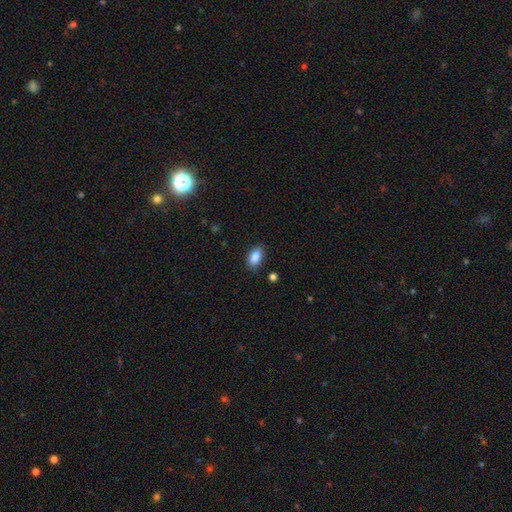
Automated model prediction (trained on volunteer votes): A smooth galaxy with no disk features (87%) that is in between round and cigar-shaped (91%).

Vote fractions:
- Smooth or featured? smooth: 87% / star or artifact: 8% / featured or disk: 5%
- How rounded? in between: 91% / round: 6% / cigar-shaped: 3%
- Merging? none: 83% / minor disturbance: 13% / major disturbance: 3% / merger: 2%